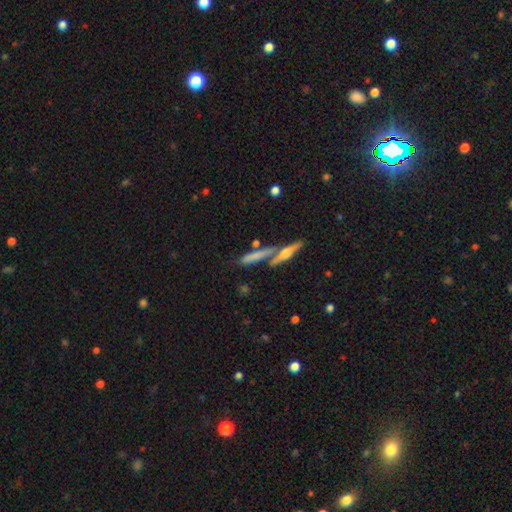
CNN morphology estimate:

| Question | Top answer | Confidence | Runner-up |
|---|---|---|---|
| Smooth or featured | smooth | 48% | featured or disk (41%) |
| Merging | none | 56% | merger (28%) |